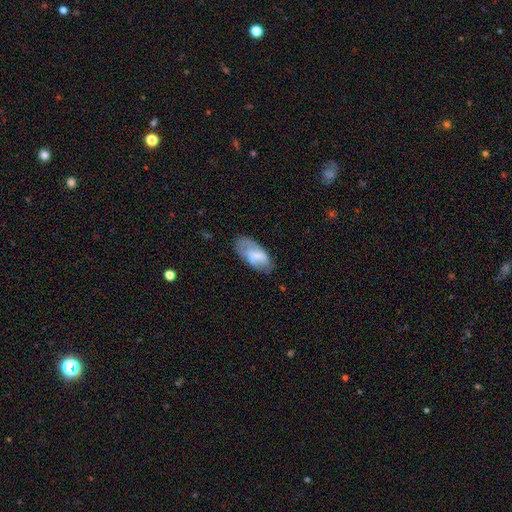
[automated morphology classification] Q: Smooth or featured?
A: smooth (56%); runner-up: featured or disk (37%)
Q: How rounded?
A: in between (91%); runner-up: cigar-shaped (6%)
Q: Merging?
A: none (58%); runner-up: minor disturbance (27%)